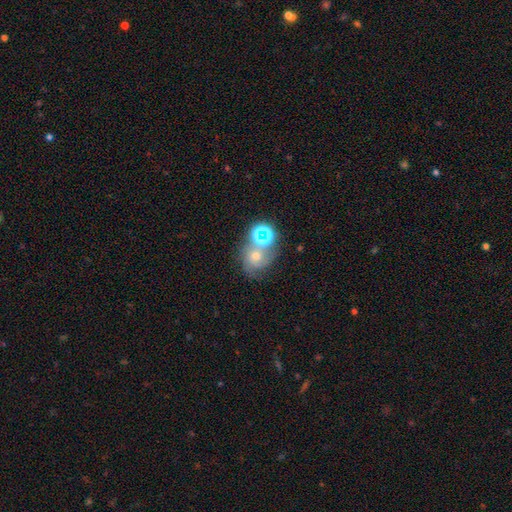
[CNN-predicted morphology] A featured or disk galaxy (40%).

Vote fractions:
- Smooth or featured? featured or disk: 40% / star or artifact: 33% / smooth: 27%
- Merging? none: 49% / merger: 28% / minor disturbance: 13% / major disturbance: 10%